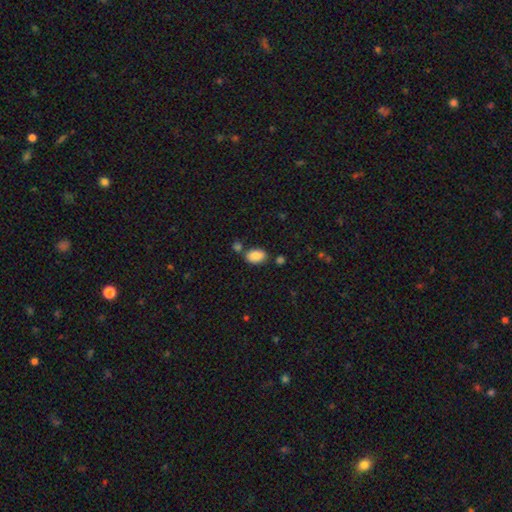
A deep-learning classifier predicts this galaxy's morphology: Overall: smooth (87%). How rounded: in between (90%). Merging: none (71%).